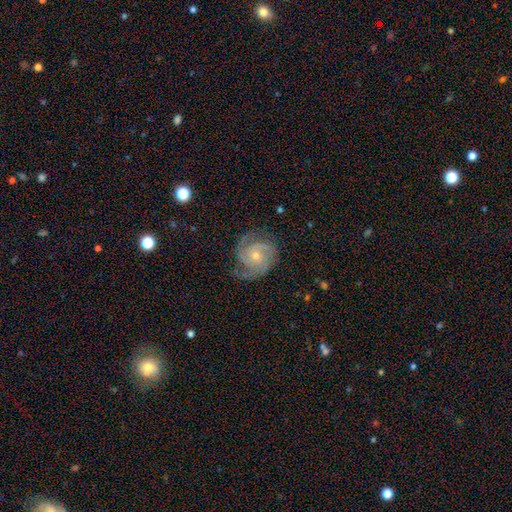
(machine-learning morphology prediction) Smooth or featured? Predicted: featured or disk (p=0.87). Edge-on disk? Predicted: no (p=0.98). Bar? Predicted: no (p=0.73). Spiral arms? Predicted: yes (p=0.97). Spiral winding? Predicted: tight (p=0.57). Spiral arm count? Predicted: 2 (p=0.39). Bulge size? Predicted: small (p=0.60). Merging? Predicted: none (p=0.74).